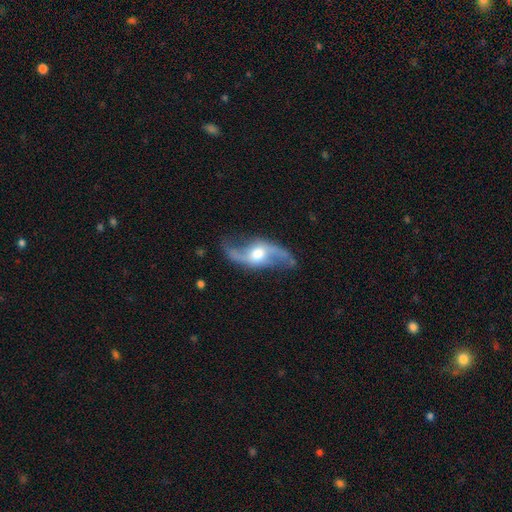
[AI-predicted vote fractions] Morphology: type=featured or disk (89%); edge-on=no (92%); bar=no (47%); spiral arms=yes (95%); winding=loose (78%); arm count=2 (94%); bulge=moderate (64%); merging=none (76%).